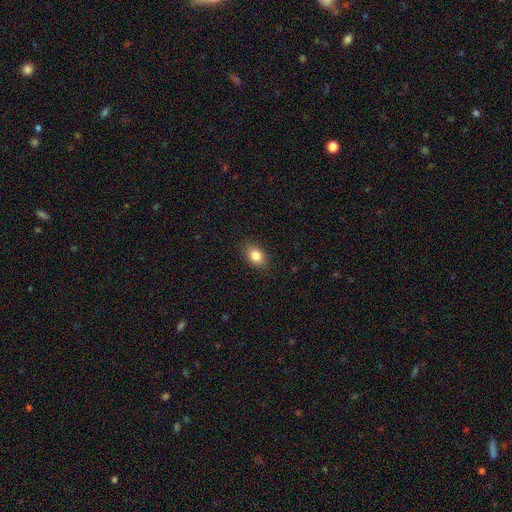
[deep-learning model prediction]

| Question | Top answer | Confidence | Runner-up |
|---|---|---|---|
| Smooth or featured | smooth | 84% | star or artifact (9%) |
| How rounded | in between | 80% | round (19%) |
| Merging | none | 87% | minor disturbance (9%) |